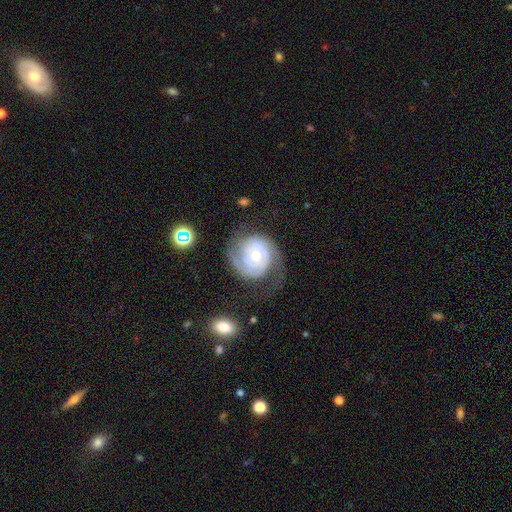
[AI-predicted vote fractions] The model was most divided on "spiral arm count": 2: 53%, can't tell: 18%, 1: 12%, 3: 11%, 4: 3%, more than 4: 3%. More confident: edge-on disk — no (98%); spiral arms — yes (95%); smooth or featured — featured or disk (87%); bar — no (73%); spiral winding — tight (72%); bulge size — moderate (65%); merging — none (60%).